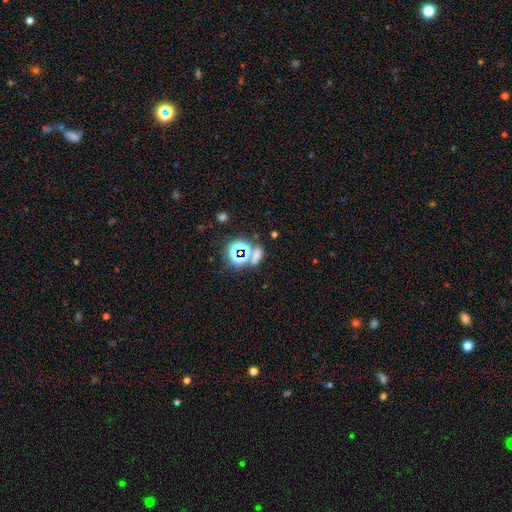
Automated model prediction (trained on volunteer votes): Smooth or featured: star or artifact — 46% (smooth — 44%)